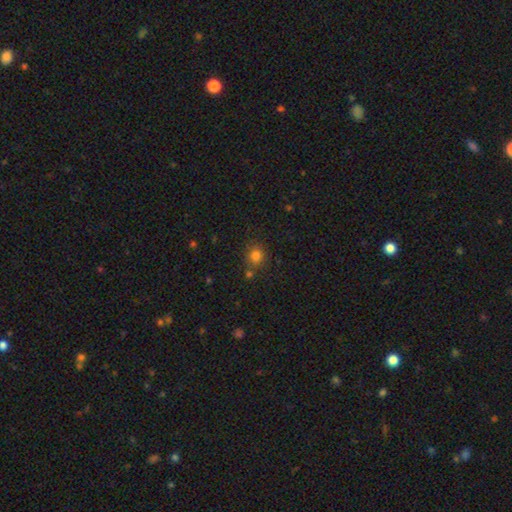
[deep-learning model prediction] Q: Smooth or featured?
A: smooth (79%); runner-up: star or artifact (15%)
Q: How rounded?
A: round (85%); runner-up: in between (14%)
Q: Merging?
A: none (74%); runner-up: merger (11%)